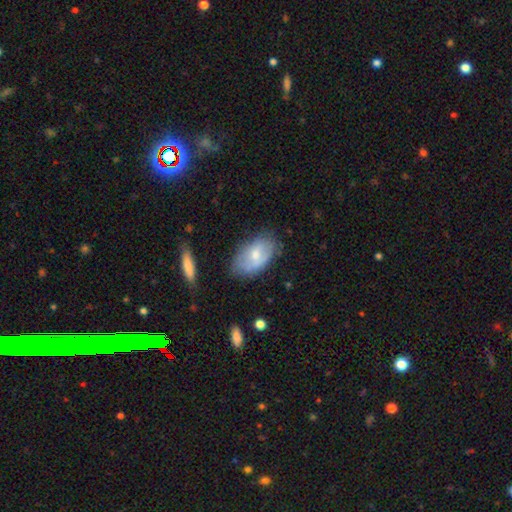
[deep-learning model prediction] Morphology: type=smooth (61%); roundness=in between (92%); merging=none (61%).